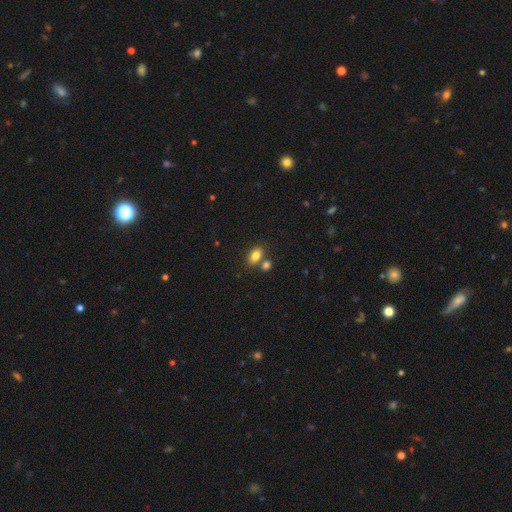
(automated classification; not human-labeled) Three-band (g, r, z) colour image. It shows a smooth galaxy with no disk features (83%) that is in between round and cigar-shaped (88%). Merging: none (63%).